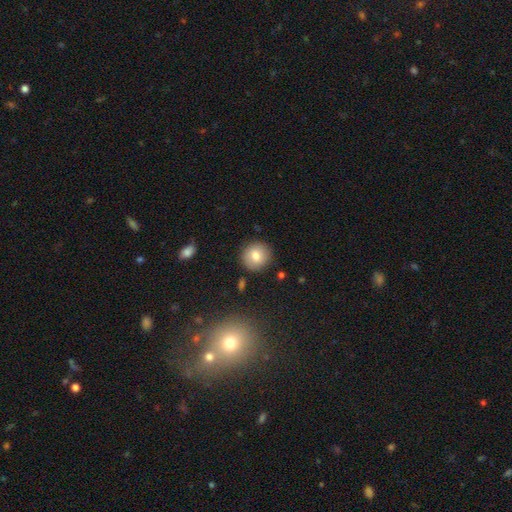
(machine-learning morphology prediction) Overall: smooth (79%). How rounded: round (91%). Merging: none (88%).